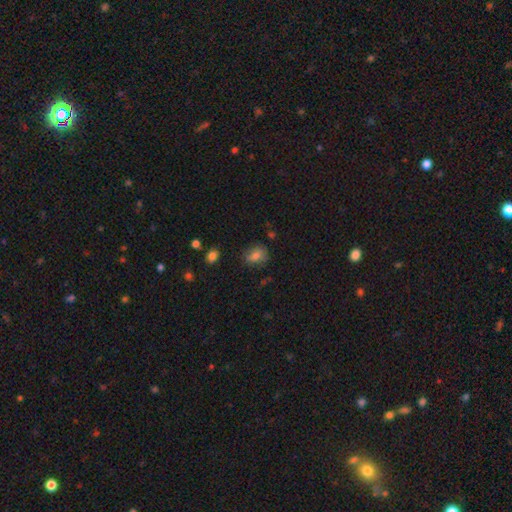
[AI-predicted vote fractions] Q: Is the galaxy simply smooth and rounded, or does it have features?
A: smooth — 76%.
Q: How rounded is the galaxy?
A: in between — 59%.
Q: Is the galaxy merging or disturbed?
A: none — 67%.